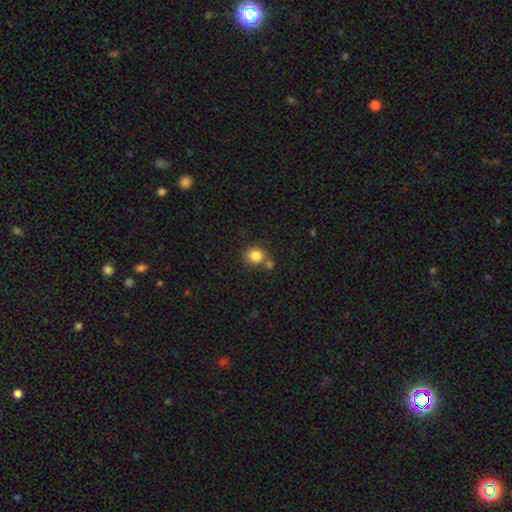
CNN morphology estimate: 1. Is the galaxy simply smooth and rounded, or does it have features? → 84% smooth, 10% star or artifact, 6% featured or disk.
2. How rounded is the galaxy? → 81% round, 18% in between, 1% cigar-shaped.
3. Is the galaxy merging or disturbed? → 62% none, 23% merger, 11% minor disturbance, 4% major disturbance.